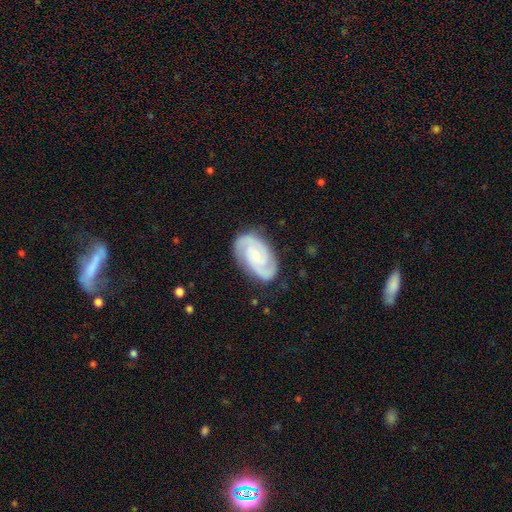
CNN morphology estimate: A featured or disk galaxy (85%) with no bar (61%), 2 (83%) tight (55%) spiral arms (98%) and a small central bulge (64%). Merging: none (83%).